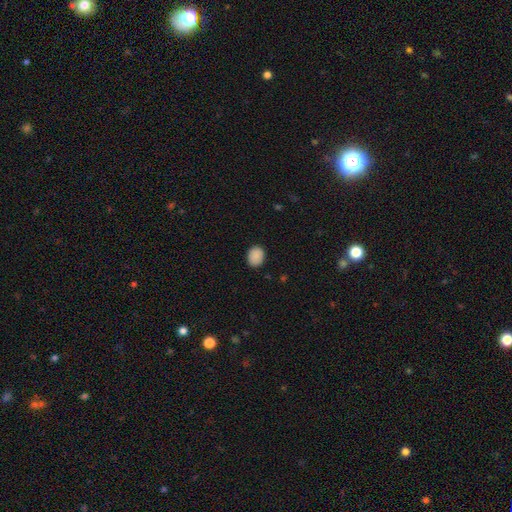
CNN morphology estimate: Smooth or featured? Predicted: smooth (p=0.89). How rounded? Predicted: in between (p=0.51). Merging? Predicted: none (p=0.87).